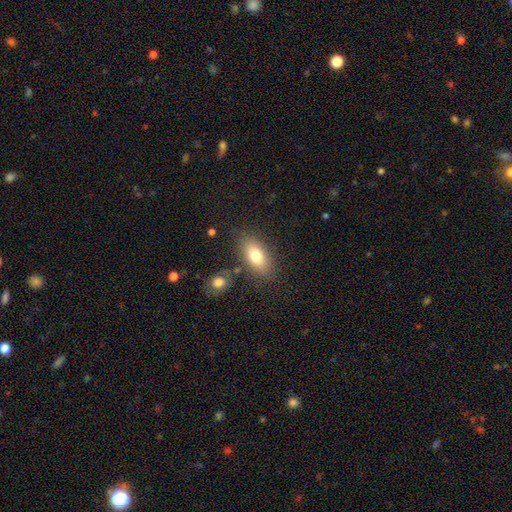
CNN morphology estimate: smooth 78%, featured or disk 14%, star or artifact 8%. Down the decision tree: how rounded — in between (89%); merging — none (79%).